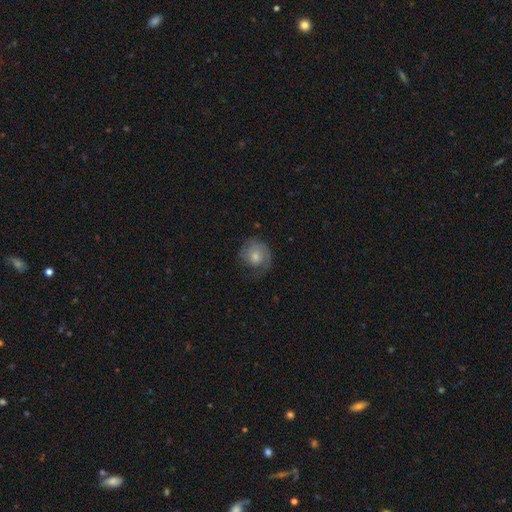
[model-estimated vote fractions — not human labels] smooth-or-featured: smooth: 48% | featured or disk: 44% | star or artifact: 8%
  merging: none: 56% | minor disturbance: 24% | major disturbance: 19% | merger: 1%